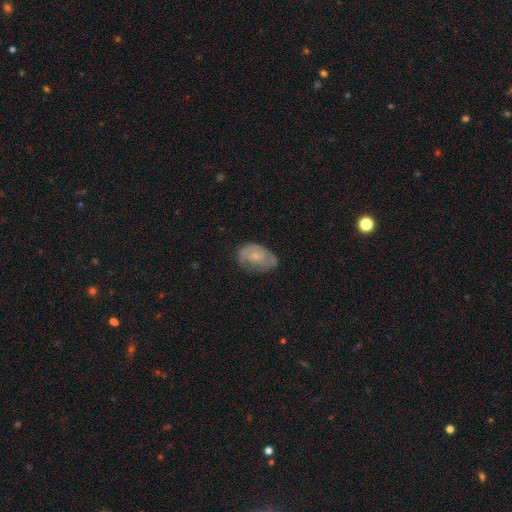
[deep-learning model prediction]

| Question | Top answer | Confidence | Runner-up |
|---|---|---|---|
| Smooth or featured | featured or disk | 55% | smooth (38%) |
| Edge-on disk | no | 96% | yes (4%) |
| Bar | no | 78% | weak (19%) |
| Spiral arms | yes | 72% | no (28%) |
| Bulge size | small | 62% | moderate (30%) |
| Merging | none | 56% | minor disturbance (30%) |